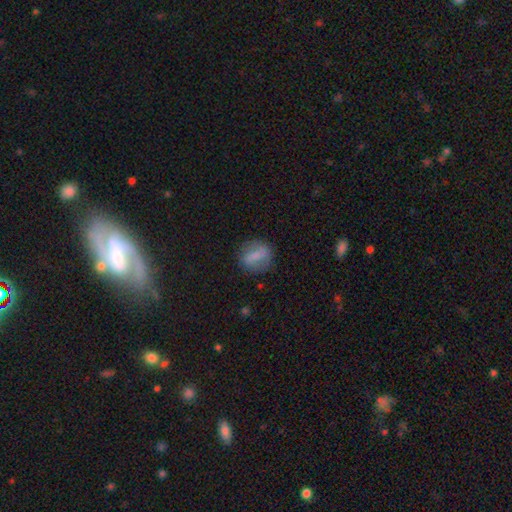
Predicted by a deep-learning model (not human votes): Smooth or featured? smooth (65%)
How rounded? round (49%)
Merging? none (78%)